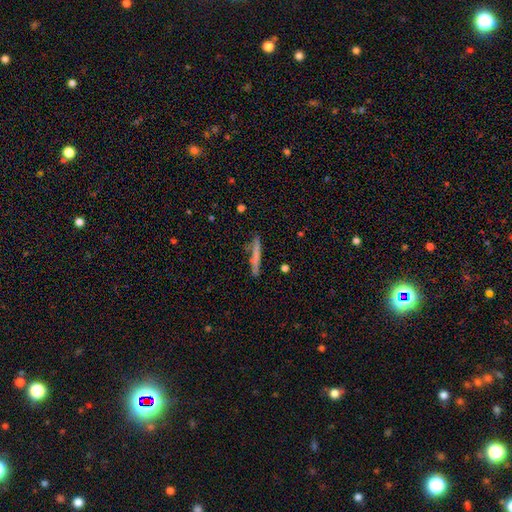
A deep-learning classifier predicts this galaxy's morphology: Overall: smooth (64%; featured or disk 30%). How rounded: cigar-shaped (95%). Merging: none (85%).